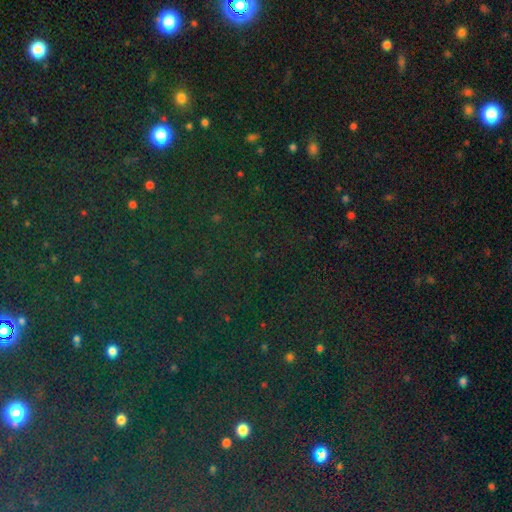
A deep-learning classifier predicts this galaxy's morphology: A star or artifact, not a galaxy (81%).